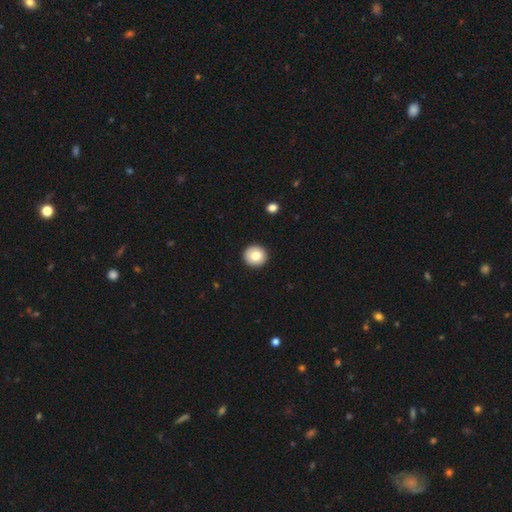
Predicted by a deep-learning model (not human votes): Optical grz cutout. It shows a smooth galaxy with no disk features (80%) that is round (94%). Merging: none (93%).